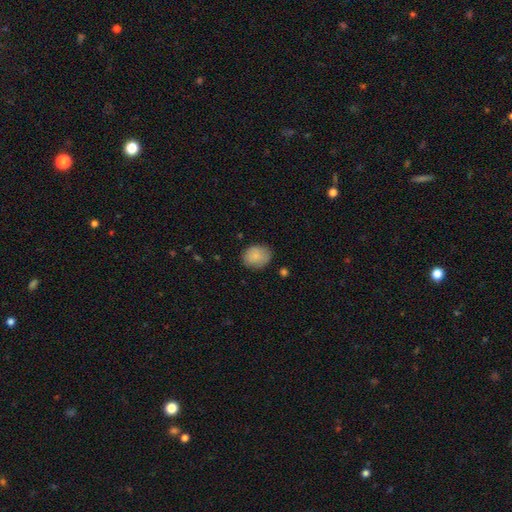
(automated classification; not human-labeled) The model was most divided on "how rounded": round: 51%, in between: 48%, cigar-shaped: 1%. More confident: smooth or featured — smooth (85%); merging — none (80%).